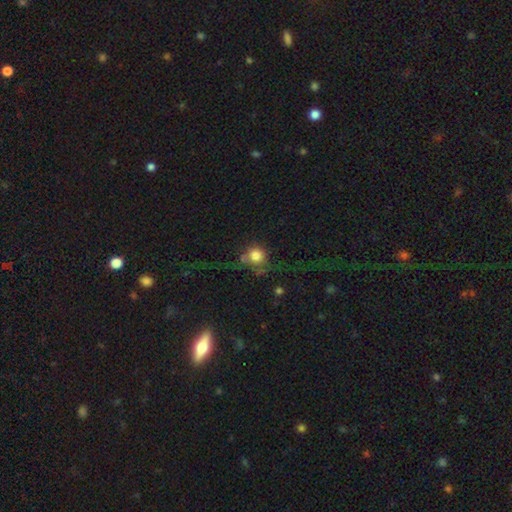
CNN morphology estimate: Overall: smooth (77%). How rounded: round (89%). Merging: none (52%; major disturbance 18%).